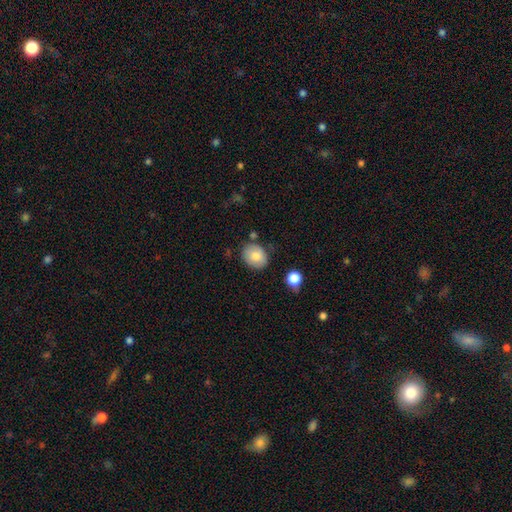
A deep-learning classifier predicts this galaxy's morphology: type=smooth (81%); roundness=in between (51%); merging=none (79%).